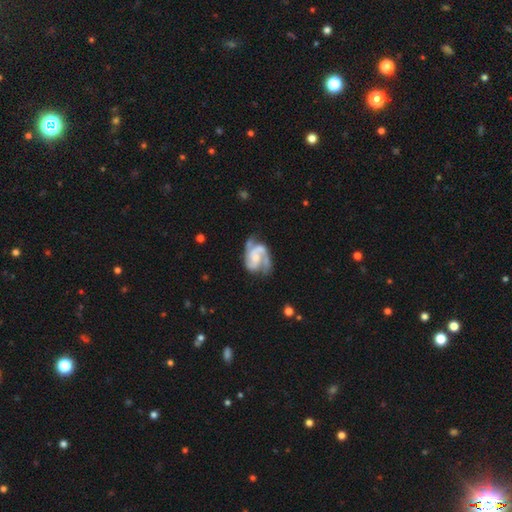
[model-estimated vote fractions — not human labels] featured or disk 86%, smooth 9%, star or artifact 5%. Down the decision tree: edge-on disk — no (98%); bar — no (53%); spiral arms — yes (96%); spiral arm count — 2 (68%); spiral winding — medium (52%); bulge size — small (38%); merging — none (53%).